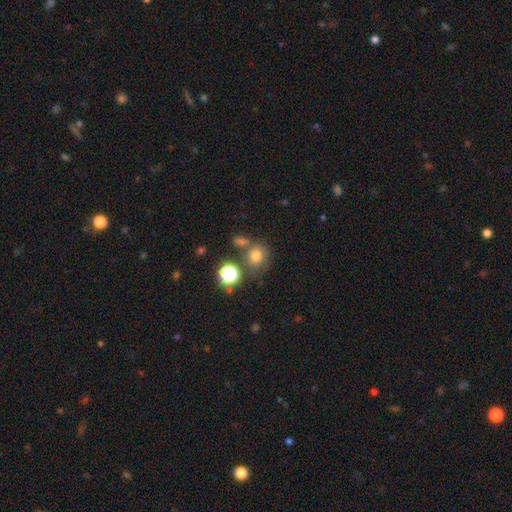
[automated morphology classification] This is likely a smooth galaxy (74%). How rounded: clearly round (81%). Merging: likely none (63%).